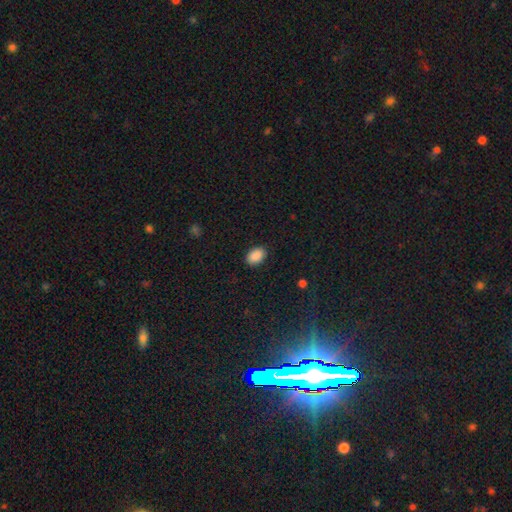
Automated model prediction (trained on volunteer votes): Smooth or featured? Predicted: smooth (p=0.90). How rounded? Predicted: in between (p=0.85). Merging? Predicted: none (p=0.88).